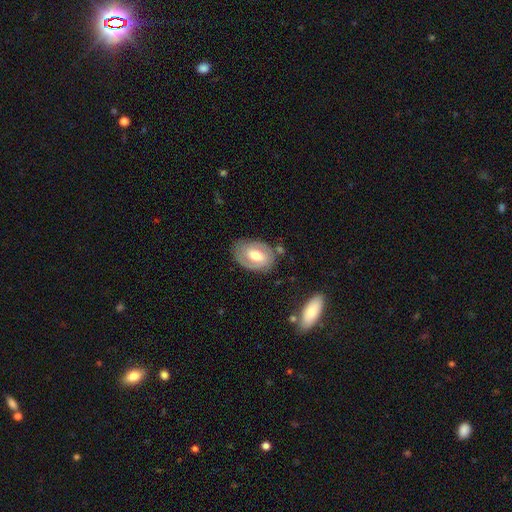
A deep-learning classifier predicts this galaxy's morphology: type=featured or disk (53%); edge-on=no (93%); merging=none (70%).